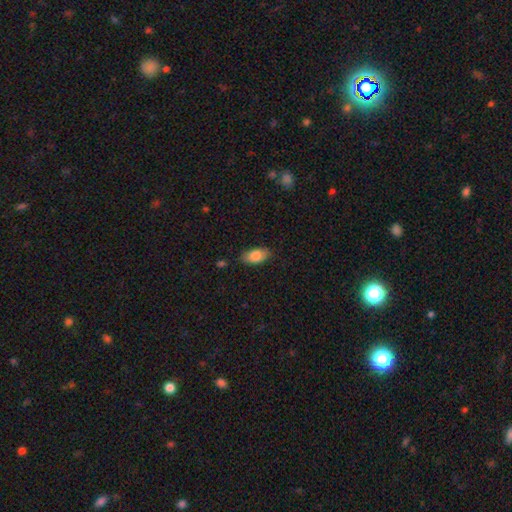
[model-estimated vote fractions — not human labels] smooth-or-featured: smooth: 83% | featured or disk: 10% | star or artifact: 7%
  how-rounded: in between: 92% | cigar-shaped: 4% | round: 4%
  merging: none: 82% | minor disturbance: 14% | major disturbance: 3% | merger: 2%